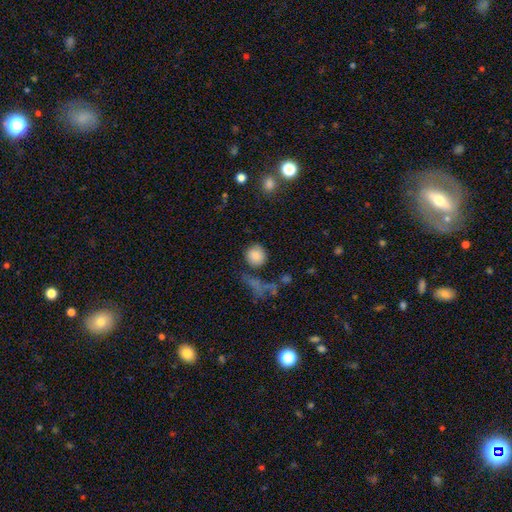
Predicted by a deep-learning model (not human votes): Overall: smooth (82%). How rounded: round (86%). Merging: none (67%).